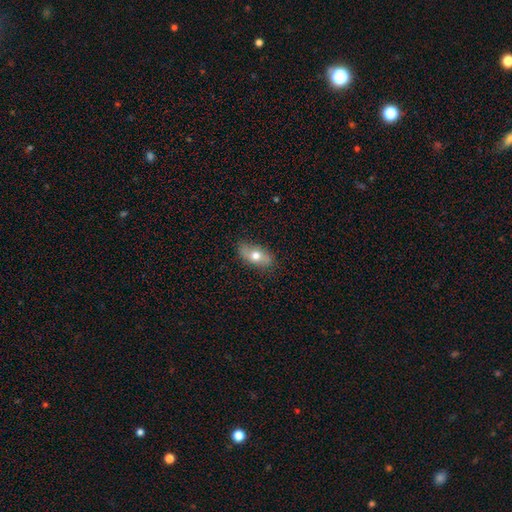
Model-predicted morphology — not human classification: smooth 66%, featured or disk 27%, star or artifact 7%. Down the decision tree: how rounded — in between (87%); merging — none (81%).